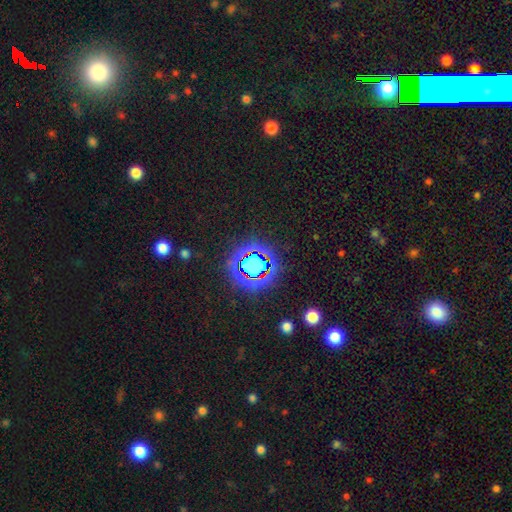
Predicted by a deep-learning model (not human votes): Smooth or featured: star or artifact — 79% (smooth — 12%)